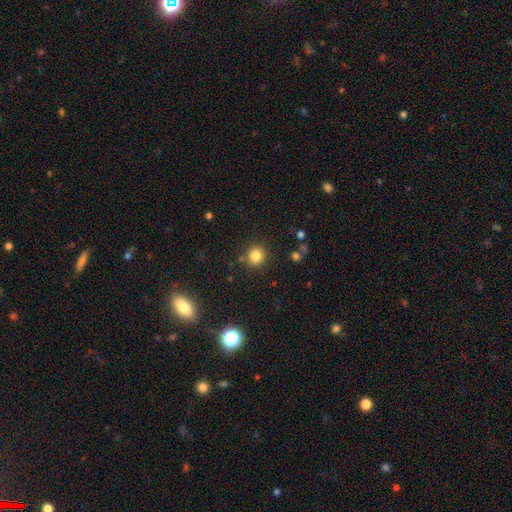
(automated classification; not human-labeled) Q: Smooth or featured?
A: smooth (83%); runner-up: star or artifact (12%)
Q: How rounded?
A: round (90%); runner-up: in between (9%)
Q: Merging?
A: none (86%); runner-up: minor disturbance (7%)